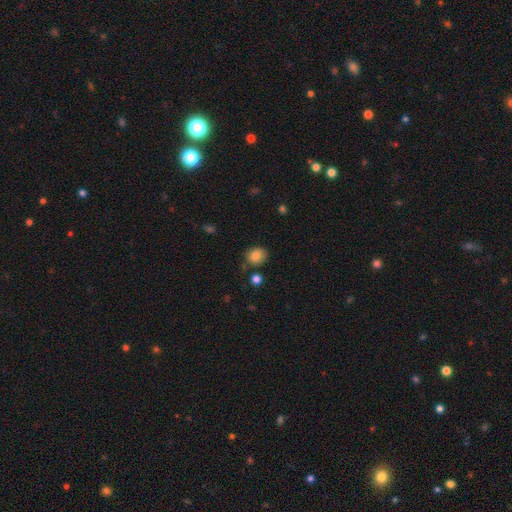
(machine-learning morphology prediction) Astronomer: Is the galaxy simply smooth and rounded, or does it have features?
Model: smooth — 82%.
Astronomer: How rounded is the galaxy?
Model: round — 71%.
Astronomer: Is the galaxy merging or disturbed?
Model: none — 78%.